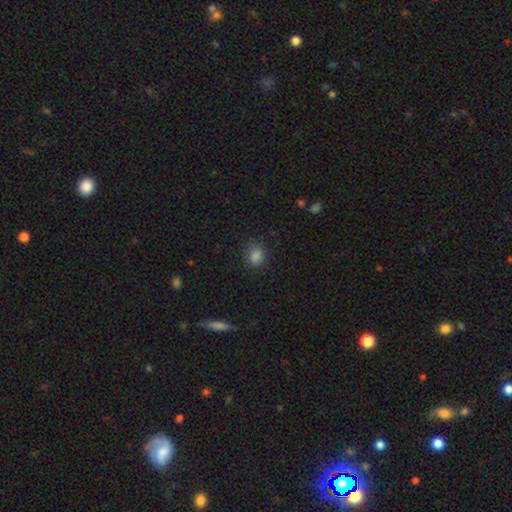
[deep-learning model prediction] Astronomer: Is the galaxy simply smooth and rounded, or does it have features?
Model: smooth — 82%.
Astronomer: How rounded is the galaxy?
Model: round — 62%.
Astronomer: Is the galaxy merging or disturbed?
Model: none — 81%.